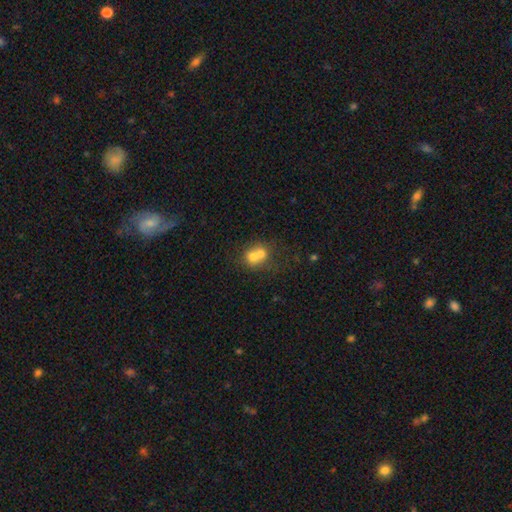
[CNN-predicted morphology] Smooth or featured? Predicted: smooth (p=0.67). How rounded? Predicted: round (p=0.75). Merging? Predicted: merger (p=0.67).